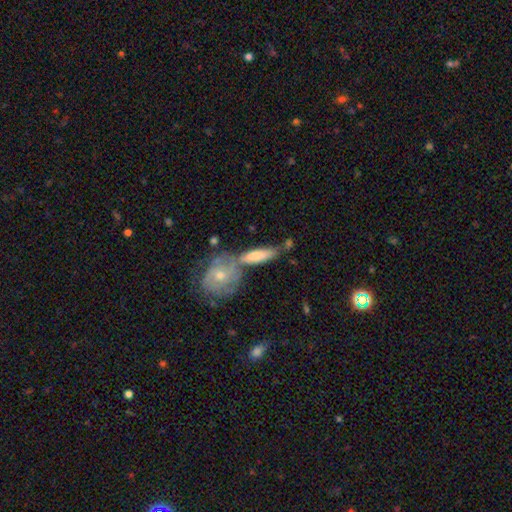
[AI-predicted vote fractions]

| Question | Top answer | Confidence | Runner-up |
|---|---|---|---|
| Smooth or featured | smooth | 59% | featured or disk (34%) |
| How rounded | cigar-shaped | 49% | in between (47%) |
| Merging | none | 48% | merger (31%) |